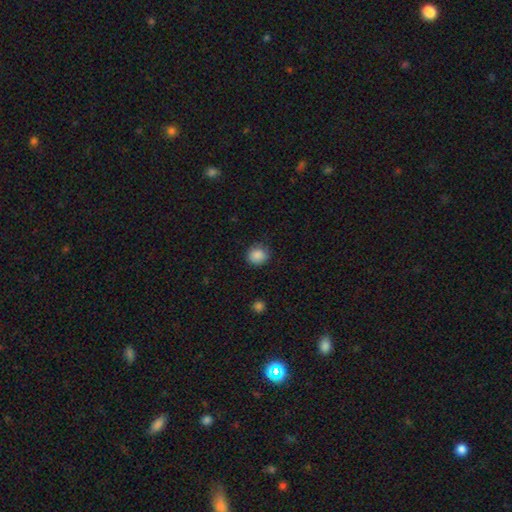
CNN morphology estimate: type=smooth (87%); roundness=round (82%); merging=none (84%).